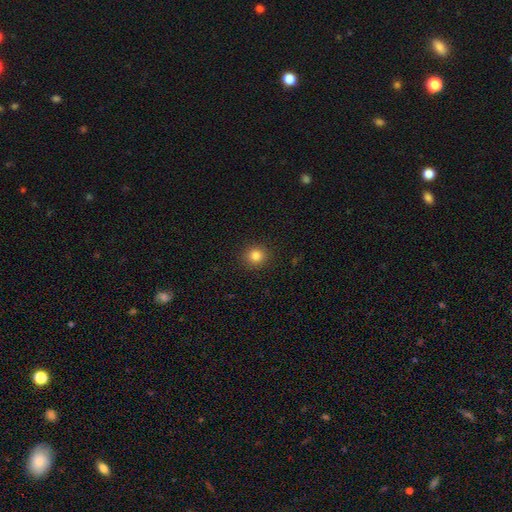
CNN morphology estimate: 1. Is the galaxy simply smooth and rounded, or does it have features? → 83% smooth, 12% star or artifact, 5% featured or disk.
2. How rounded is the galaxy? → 91% round, 8% in between, 1% cigar-shaped.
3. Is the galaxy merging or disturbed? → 92% none, 5% minor disturbance, 2% major disturbance, 1% merger.